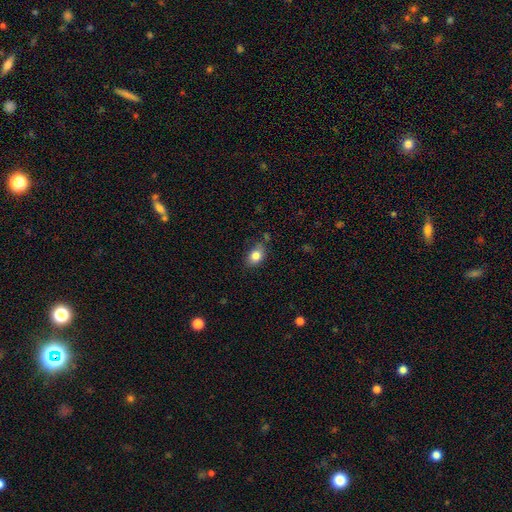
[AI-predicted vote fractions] smooth 83%, star or artifact 9%, featured or disk 8%. Down the decision tree: how rounded — in between (75%); merging — none (74%).